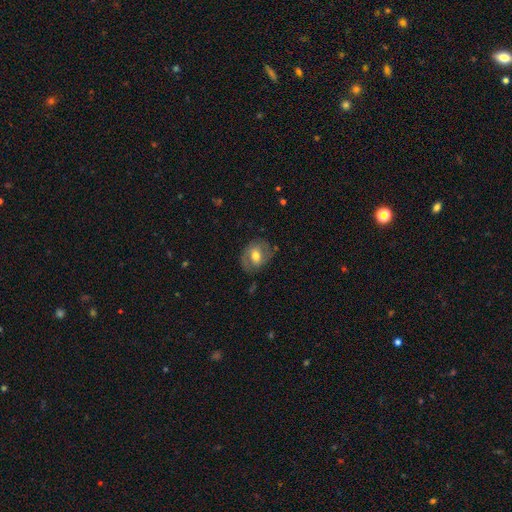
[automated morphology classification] smooth-or-featured: smooth: 48% | featured or disk: 44% | star or artifact: 8%
  merging: none: 68% | minor disturbance: 21% | major disturbance: 9% | merger: 2%